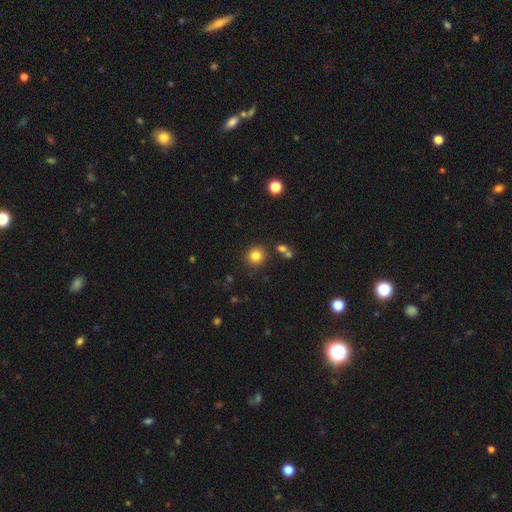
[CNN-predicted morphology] The model was most divided on "smooth or featured": smooth: 81%, star or artifact: 12%, featured or disk: 6%. More confident: how rounded — round (91%); merging — none (85%).